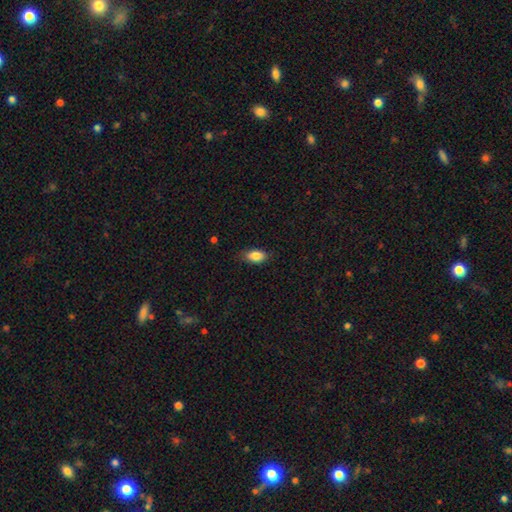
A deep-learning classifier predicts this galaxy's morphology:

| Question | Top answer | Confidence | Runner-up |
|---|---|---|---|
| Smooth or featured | smooth | 85% | star or artifact (7%) |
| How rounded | in between | 91% | round (5%) |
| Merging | none | 80% | minor disturbance (16%) |